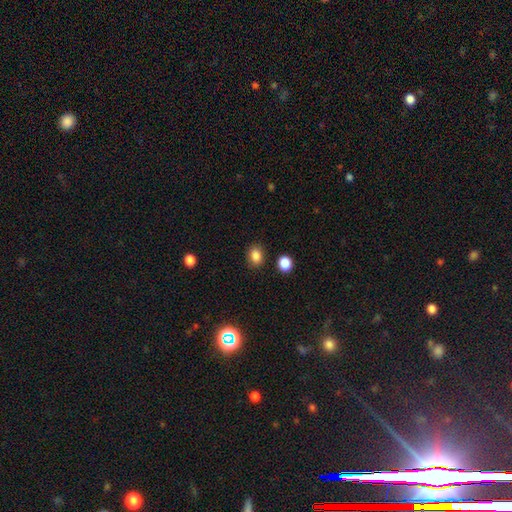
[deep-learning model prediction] Q: Smooth or featured?
A: smooth (85%); runner-up: star or artifact (11%)
Q: How rounded?
A: in between (53%); runner-up: round (46%)
Q: Merging?
A: none (85%); runner-up: minor disturbance (9%)